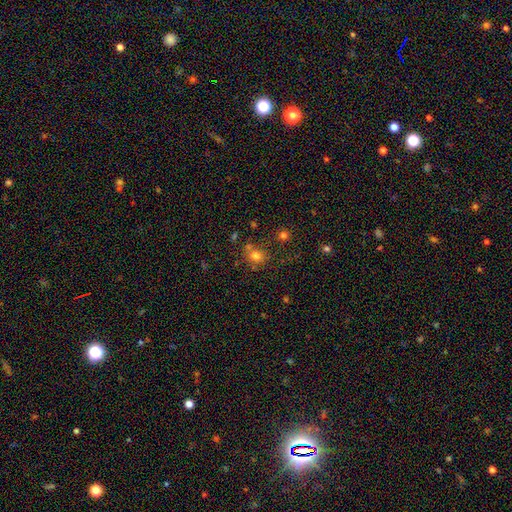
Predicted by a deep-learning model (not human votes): Smooth or featured: smooth — 74% (star or artifact — 17%)
How rounded: round — 68% (in between — 31%)
Merging: none — 64% (minor disturbance — 15%)